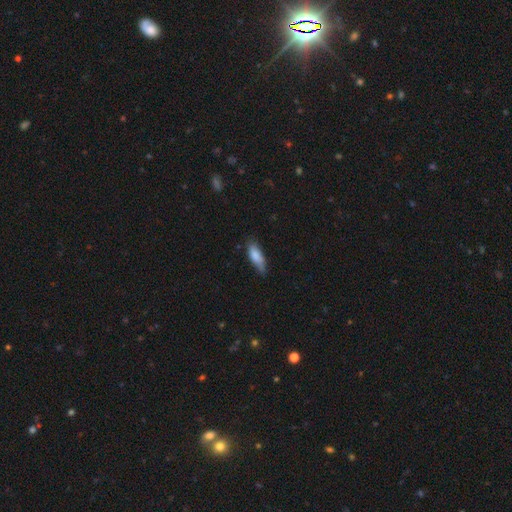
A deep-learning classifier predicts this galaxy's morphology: This is clearly a smooth galaxy (83%). How rounded: likely in between (65%). Merging: likely none (62%).